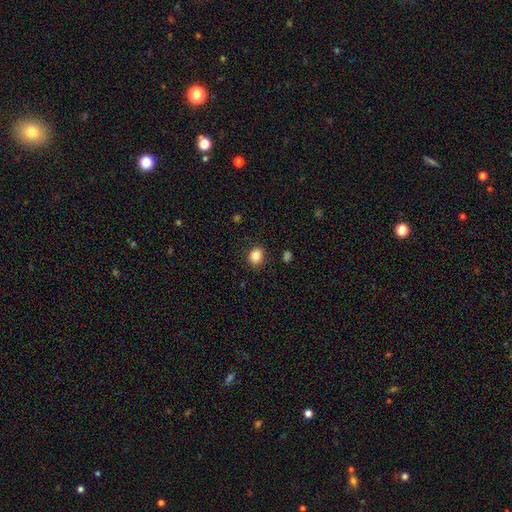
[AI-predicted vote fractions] A smooth galaxy with no disk features (84%) that is round (69%). Merging: none (88%).